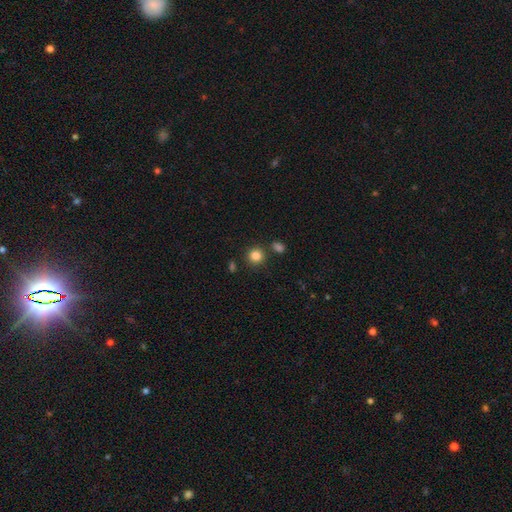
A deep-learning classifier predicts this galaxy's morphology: This appears to be a smooth galaxy with no disk features (84%) that is round (89%). Merging: none (82%).